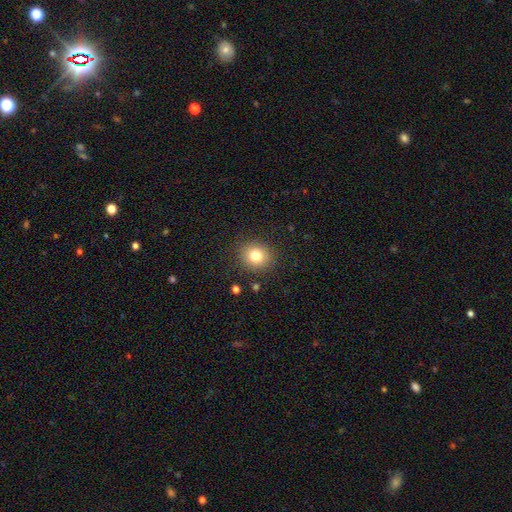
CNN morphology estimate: This appears to be a smooth galaxy with no disk features (80%) that is round (81%). Merging: none (88%).